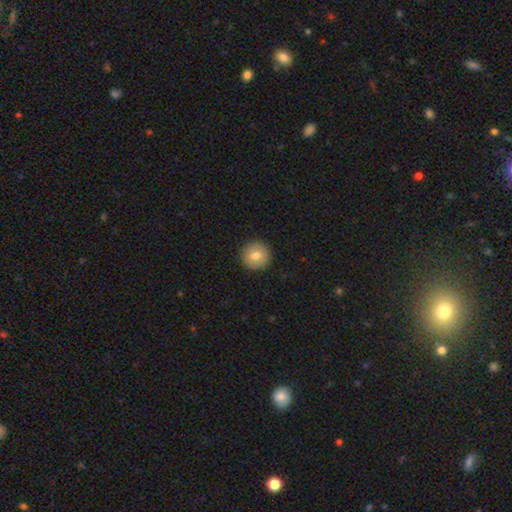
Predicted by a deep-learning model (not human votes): Smooth or featured? smooth (79%)
How rounded? round (95%)
Merging? none (92%)